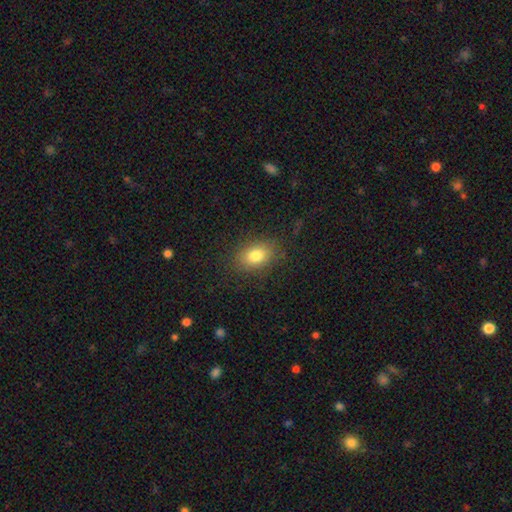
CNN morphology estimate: A smooth galaxy with no disk features (80%) that is in between round and cigar-shaped (79%).

Vote fractions:
- Smooth or featured? smooth: 80% / star or artifact: 10% / featured or disk: 10%
- How rounded? in between: 79% / round: 19% / cigar-shaped: 2%
- Merging? none: 84% / minor disturbance: 11% / major disturbance: 4% / merger: 1%